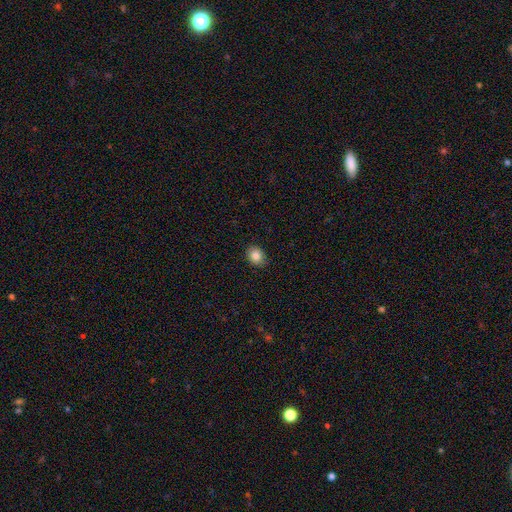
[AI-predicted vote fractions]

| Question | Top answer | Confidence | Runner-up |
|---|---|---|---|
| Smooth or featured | smooth | 84% | star or artifact (10%) |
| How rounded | round | 54% | in between (45%) |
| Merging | none | 88% | minor disturbance (10%) |